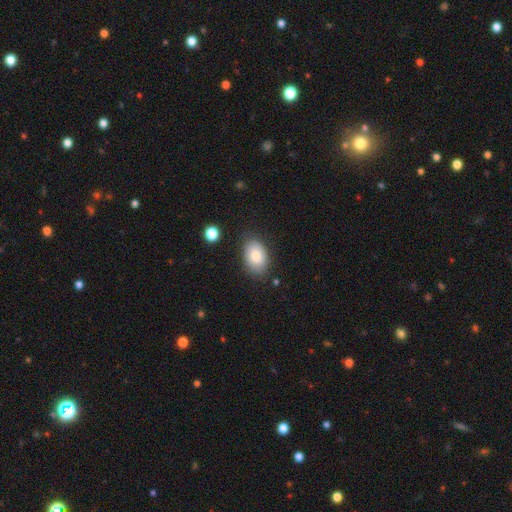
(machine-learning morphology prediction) Smooth or featured: smooth — 82% (featured or disk — 11%)
How rounded: in between — 88% (round — 11%)
Merging: none — 80% (minor disturbance — 15%)